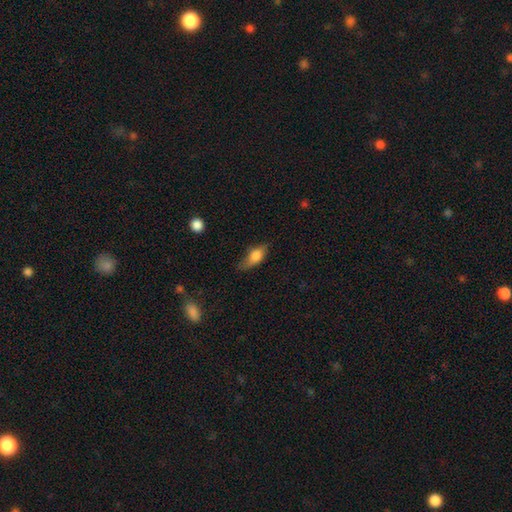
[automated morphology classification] Q: Smooth or featured?
A: smooth (69%); runner-up: featured or disk (24%)
Q: How rounded?
A: in between (73%); runner-up: cigar-shaped (22%)
Q: Merging?
A: none (62%); runner-up: minor disturbance (28%)